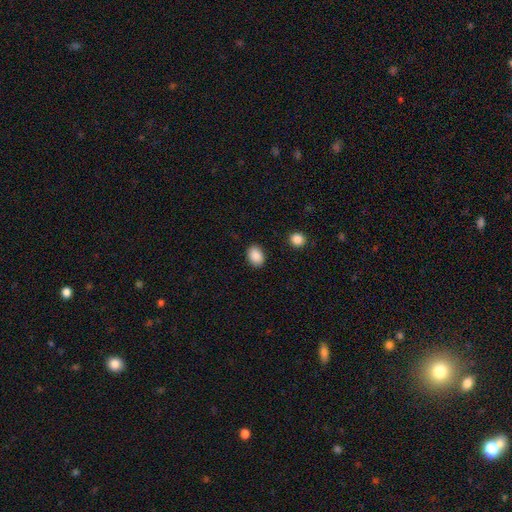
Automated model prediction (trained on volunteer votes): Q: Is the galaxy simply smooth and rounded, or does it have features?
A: smooth — 89%.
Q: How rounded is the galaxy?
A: in between — 78%.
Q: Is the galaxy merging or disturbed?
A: none — 88%.